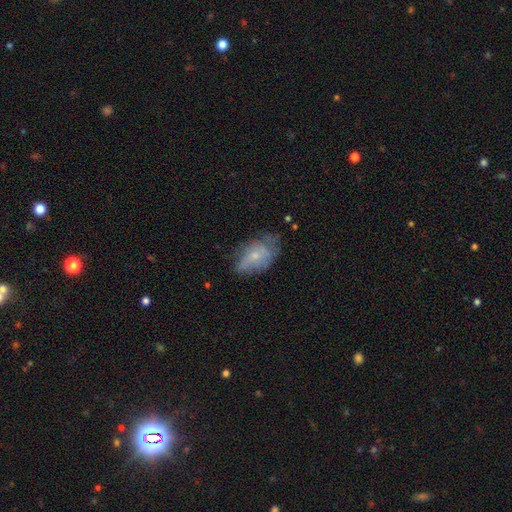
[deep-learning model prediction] This appears to be a smooth galaxy with no disk features (54%) that is in between round and cigar-shaped (87%). Merging: none (40%).